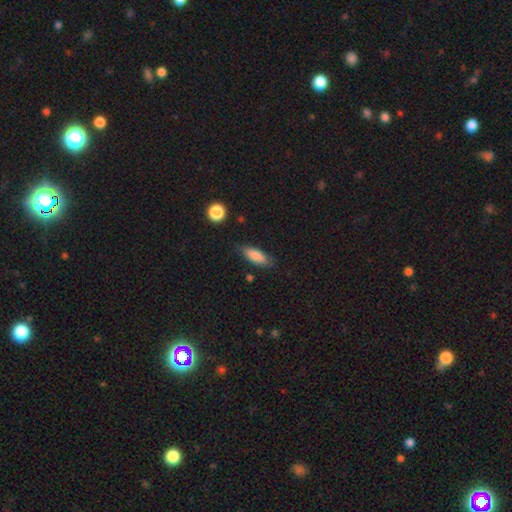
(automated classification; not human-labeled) Smooth or featured?
  - smooth: 84% *
  - featured or disk: 9%
  - star or artifact: 7%
How rounded?
  - in between: 70% *
  - cigar-shaped: 28%
  - round: 2%
Merging?
  - none: 79% *
  - minor disturbance: 16%
  - major disturbance: 3%
  - merger: 2%